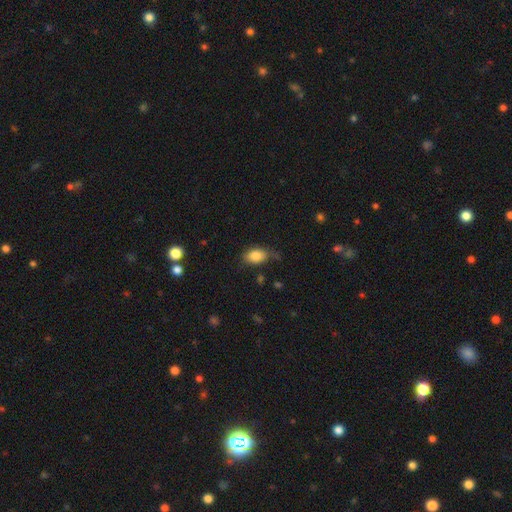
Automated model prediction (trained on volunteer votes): The model was most divided on "merging": none: 62%, minor disturbance: 27%, major disturbance: 8%, merger: 3%. More confident: how rounded — in between (86%); smooth or featured — smooth (83%).